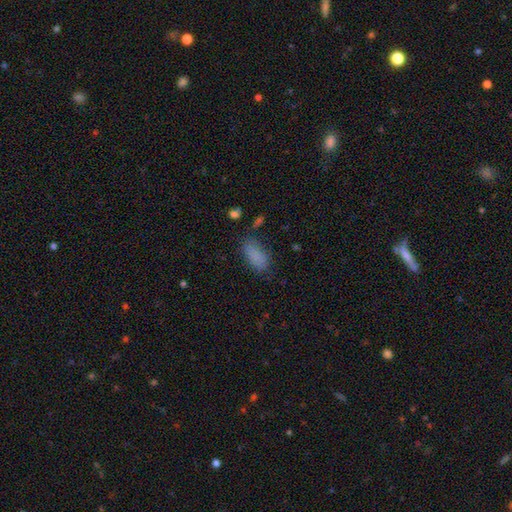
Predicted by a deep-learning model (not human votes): smooth_or_featured: smooth (p=0.83) [alt: star or artifact p=0.10]
how_rounded: in between (p=0.88) [alt: cigar-shaped p=0.09]
merging: none (p=0.70) [alt: minor disturbance p=0.20]